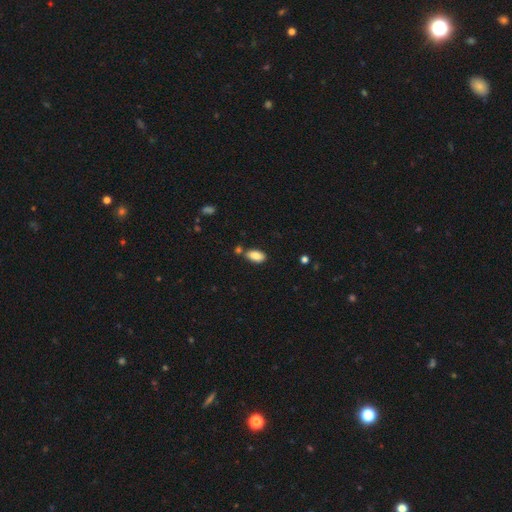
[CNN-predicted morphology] A smooth galaxy with no disk features (86%) that is in between round and cigar-shaped (93%). Merging: none (72%).